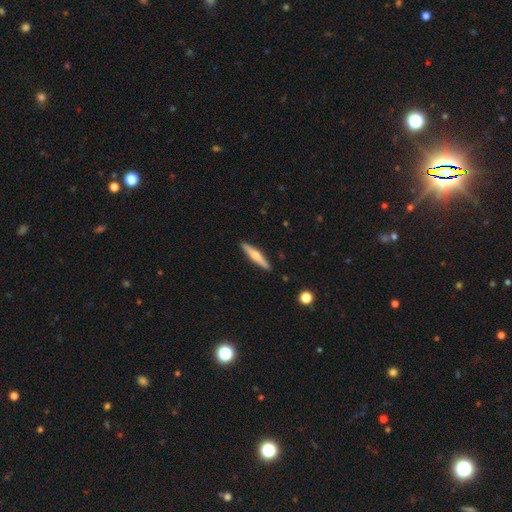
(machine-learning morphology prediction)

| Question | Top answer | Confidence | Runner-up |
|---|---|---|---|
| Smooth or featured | featured or disk | 51% | smooth (43%) |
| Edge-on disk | yes | 96% | no (4%) |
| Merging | none | 90% | minor disturbance (7%) |